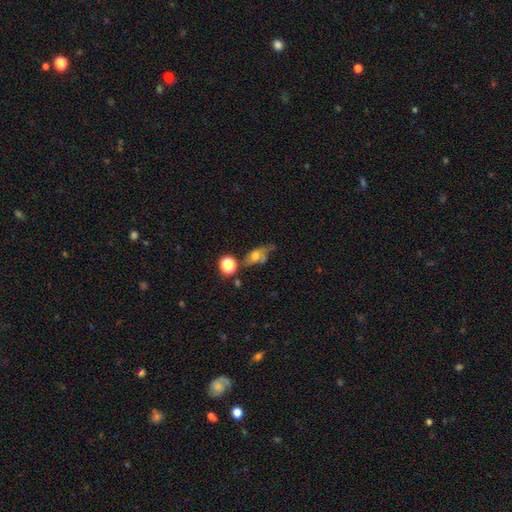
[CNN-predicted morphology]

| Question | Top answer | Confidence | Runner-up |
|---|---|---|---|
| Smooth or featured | smooth | 57% | featured or disk (30%) |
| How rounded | in between | 73% | round (20%) |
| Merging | none | 37% | minor disturbance (26%) |